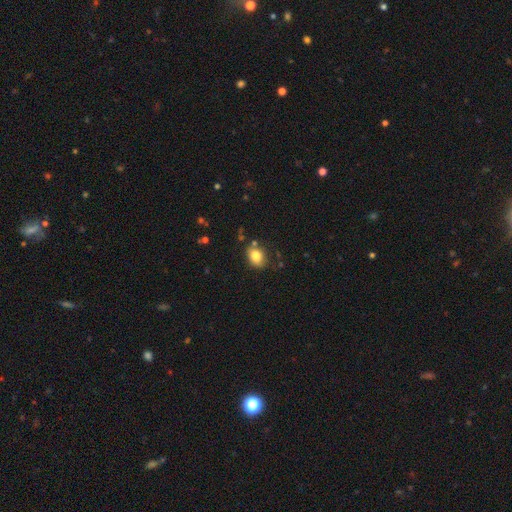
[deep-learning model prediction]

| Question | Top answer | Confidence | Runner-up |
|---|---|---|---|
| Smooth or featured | smooth | 83% | star or artifact (9%) |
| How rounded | in between | 62% | round (37%) |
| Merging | none | 70% | minor disturbance (19%) |